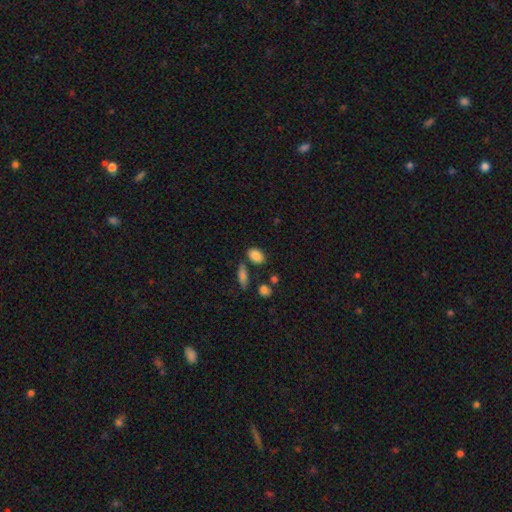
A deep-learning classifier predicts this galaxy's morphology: smooth 86%, star or artifact 8%, featured or disk 6%. Down the decision tree: how rounded — in between (85%); merging — none (74%).